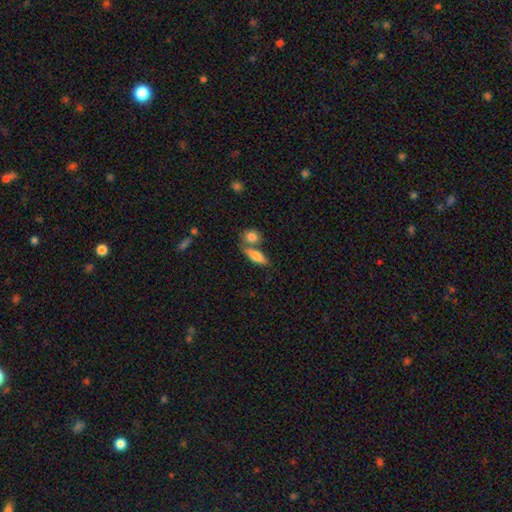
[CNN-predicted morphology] Smooth or featured: smooth — 76% (featured or disk — 16%)
How rounded: in between — 55% (cigar-shaped — 39%)
Merging: none — 55% (merger — 29%)